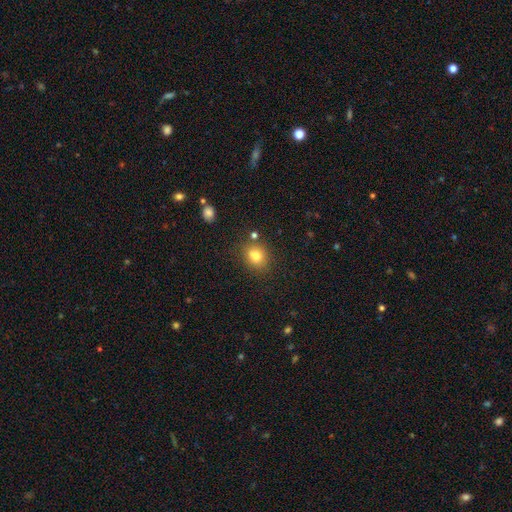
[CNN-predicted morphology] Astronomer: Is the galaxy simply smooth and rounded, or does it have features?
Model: smooth — 79%.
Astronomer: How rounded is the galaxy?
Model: round — 60% (runner-up: in between, 39%).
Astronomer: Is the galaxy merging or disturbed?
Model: none — 75%.